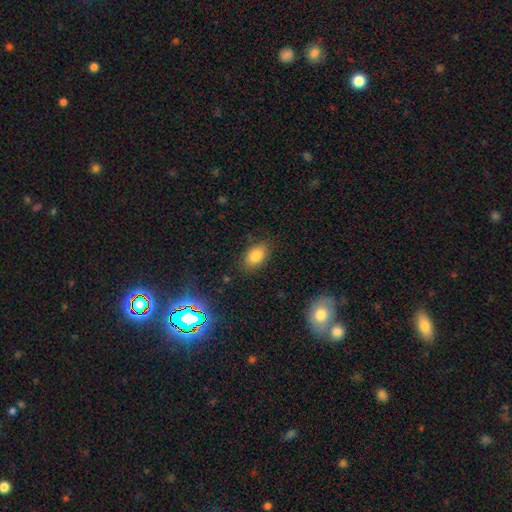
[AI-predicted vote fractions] smooth-or-featured: smooth: 82% | star or artifact: 10% | featured or disk: 8%
  how-rounded: in between: 85% | round: 13% | cigar-shaped: 2%
  merging: none: 82% | minor disturbance: 13% | major disturbance: 3% | merger: 2%